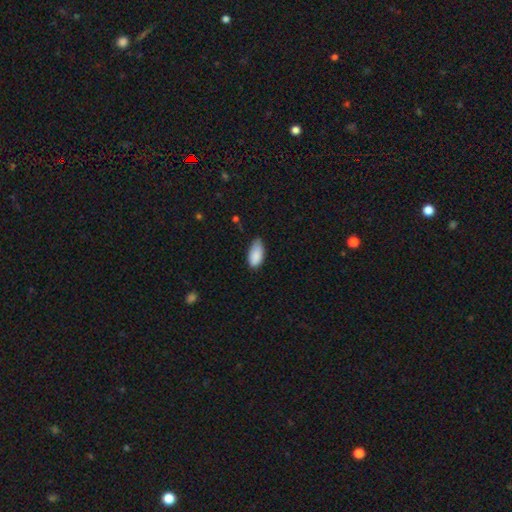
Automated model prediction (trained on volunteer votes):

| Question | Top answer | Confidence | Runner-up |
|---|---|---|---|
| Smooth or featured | smooth | 87% | star or artifact (7%) |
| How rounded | in between | 92% | cigar-shaped (5%) |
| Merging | none | 55% | minor disturbance (38%) |